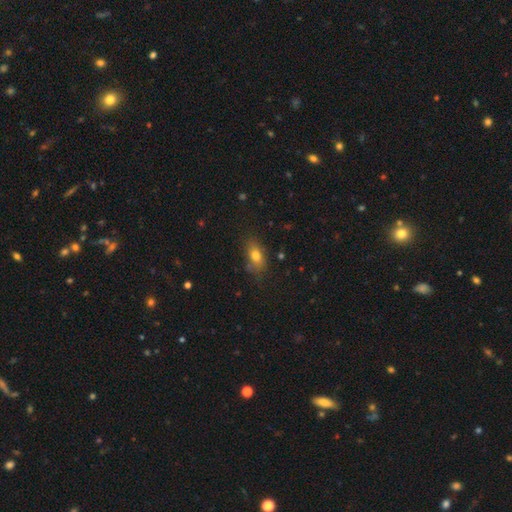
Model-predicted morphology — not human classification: Smooth or featured? Predicted: smooth (p=0.78). How rounded? Predicted: in between (p=0.82). Merging? Predicted: none (p=0.71).